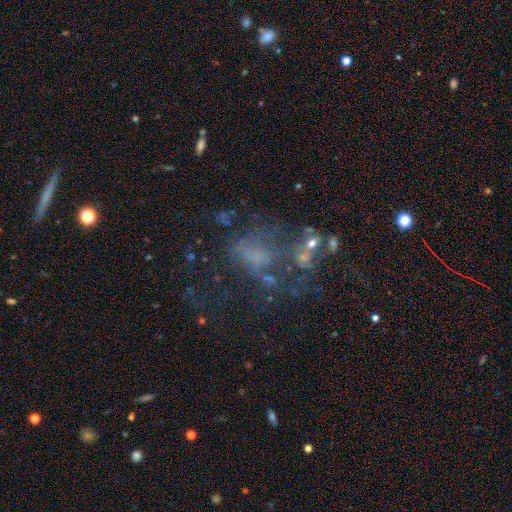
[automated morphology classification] Overall: featured or disk (46%; smooth 27%). Merging: major disturbance (38%; none 33%).